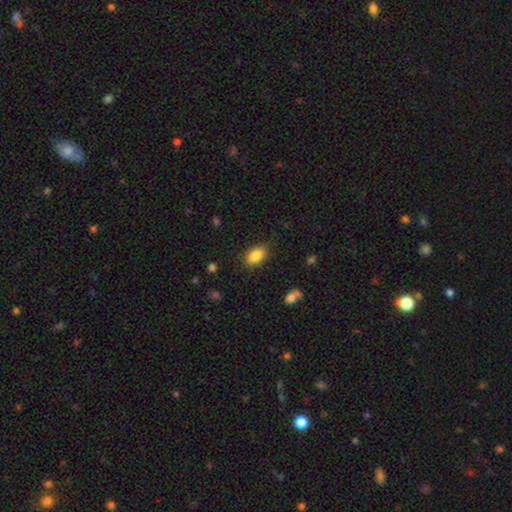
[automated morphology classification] smooth 86%, star or artifact 8%, featured or disk 6%. Down the decision tree: how rounded — in between (90%); merging — none (85%).